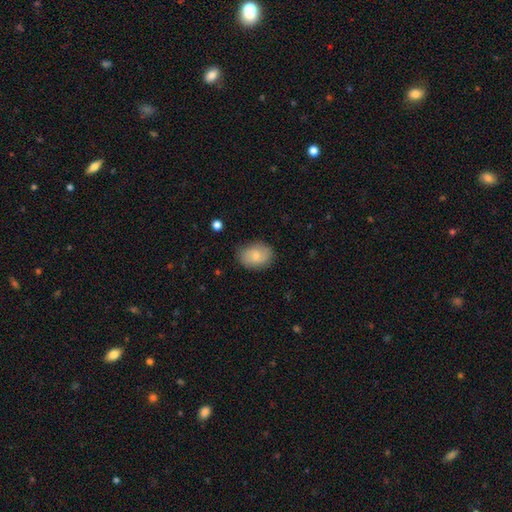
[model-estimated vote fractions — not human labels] Smooth or featured?
  - smooth: 73% *
  - featured or disk: 20%
  - star or artifact: 7%
How rounded?
  - in between: 74% *
  - round: 25%
  - cigar-shaped: 1%
Merging?
  - none: 79% *
  - minor disturbance: 16%
  - major disturbance: 4%
  - merger: 1%